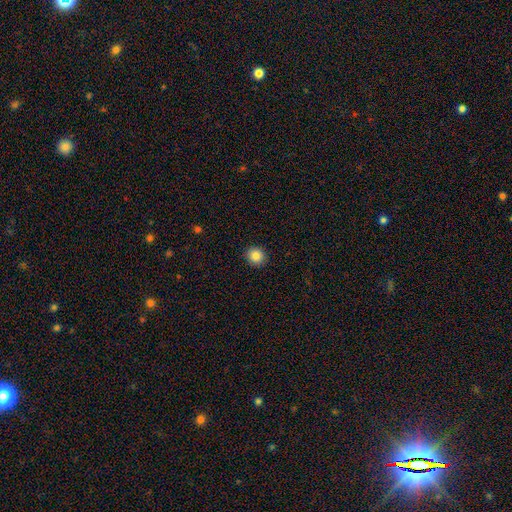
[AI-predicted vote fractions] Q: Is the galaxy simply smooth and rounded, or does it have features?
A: smooth — 85%.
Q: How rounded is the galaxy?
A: round — 87%.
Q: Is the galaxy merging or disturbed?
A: none — 92%.